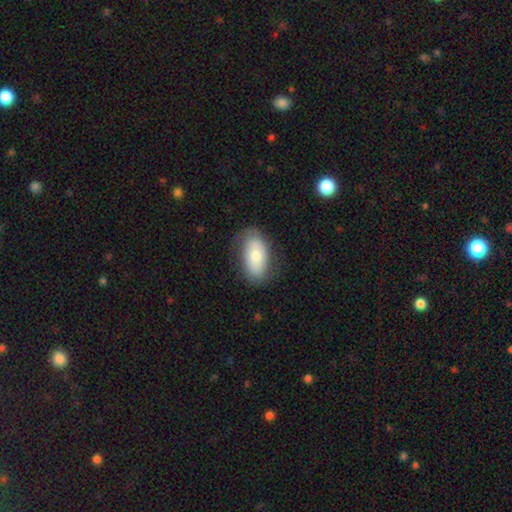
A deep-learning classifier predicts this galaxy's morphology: smooth-or-featured: smooth: 69% | featured or disk: 25% | star or artifact: 6%
  how-rounded: in between: 93% | round: 5% | cigar-shaped: 3%
  merging: none: 76% | minor disturbance: 17% | major disturbance: 5% | merger: 1%